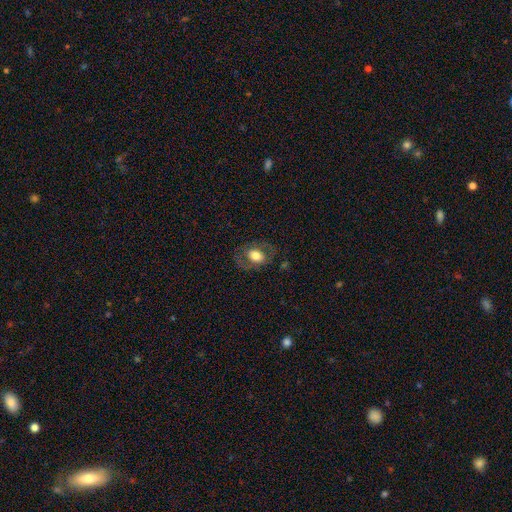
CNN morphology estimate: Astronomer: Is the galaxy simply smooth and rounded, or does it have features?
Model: smooth — 58% (runner-up: featured or disk, 34%).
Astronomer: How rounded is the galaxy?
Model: in between — 72%.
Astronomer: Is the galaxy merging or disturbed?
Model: none — 72%.